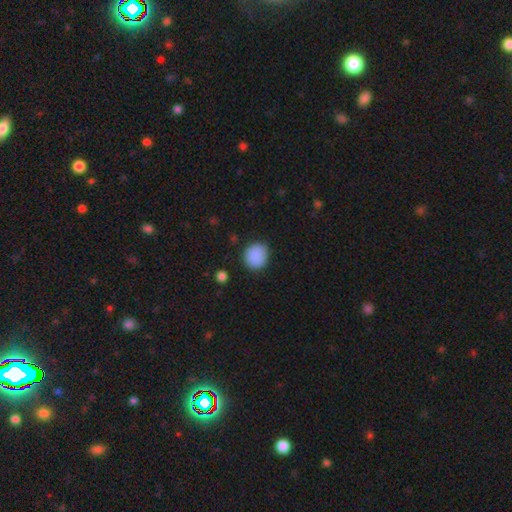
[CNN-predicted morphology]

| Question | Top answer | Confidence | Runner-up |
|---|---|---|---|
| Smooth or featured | smooth | 88% | star or artifact (8%) |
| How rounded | round | 81% | in between (18%) |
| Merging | none | 86% | minor disturbance (10%) |